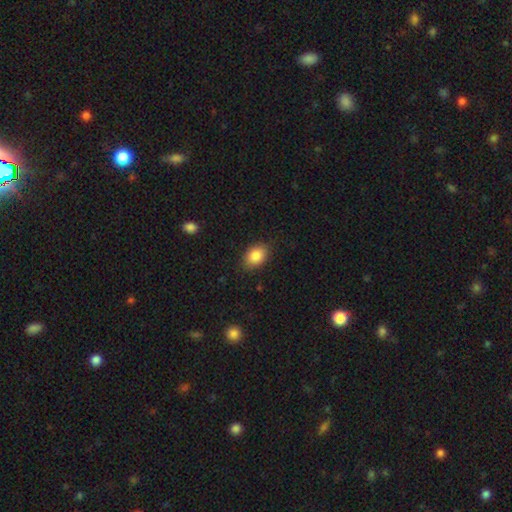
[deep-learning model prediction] Smooth or featured: smooth — 85% (star or artifact — 8%)
How rounded: in between — 77% (round — 21%)
Merging: none — 84% (minor disturbance — 12%)